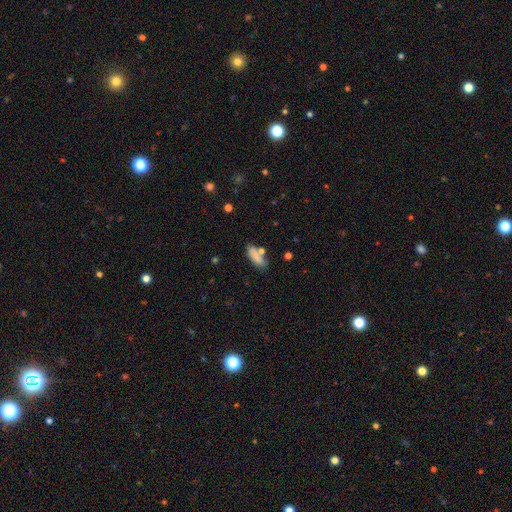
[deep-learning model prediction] This is likely a smooth galaxy (80%). How rounded: likely in between (64%). Merging: likely none (62%).